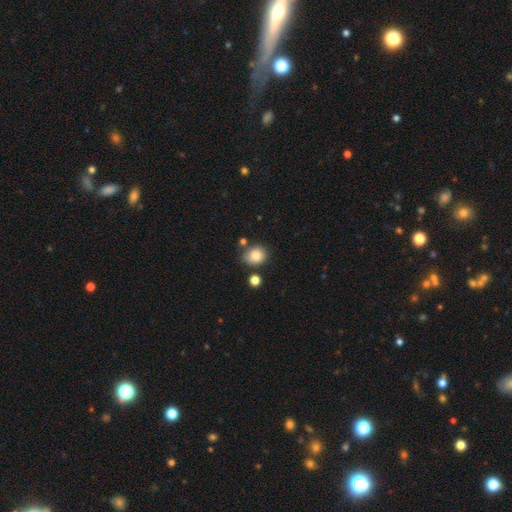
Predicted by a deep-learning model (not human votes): smooth_or_featured: smooth (p=0.85) [alt: star or artifact p=0.09]
how_rounded: round (p=0.65) [alt: in between p=0.34]
merging: none (p=0.66) [alt: minor disturbance p=0.20]